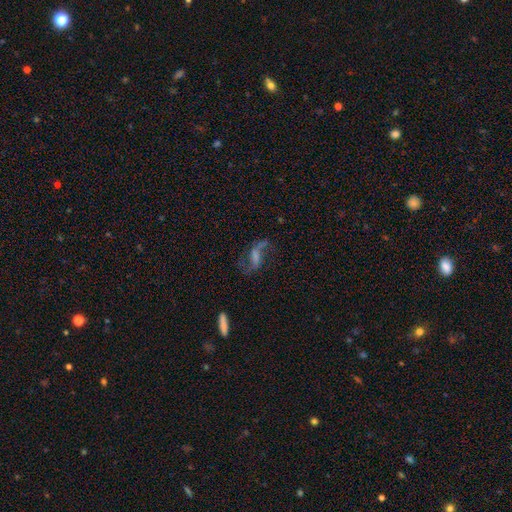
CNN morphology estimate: This is likely a featured or disk galaxy (78%). It is clearly not viewed edge-on (94%). Bar: possibly weak (46%). Spiral arm pattern: clearly yes (93%). Spiral arm count: clearly 2 (90%). Spiral winding: likely loose (79%). Central bulge: marginally none (38%). Merging: likely none (67%).